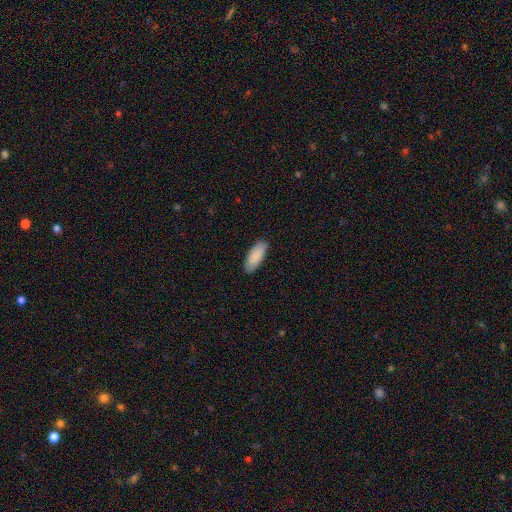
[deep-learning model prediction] Smooth or featured? Predicted: smooth (p=0.89). How rounded? Predicted: in between (p=0.79). Merging? Predicted: none (p=0.87).